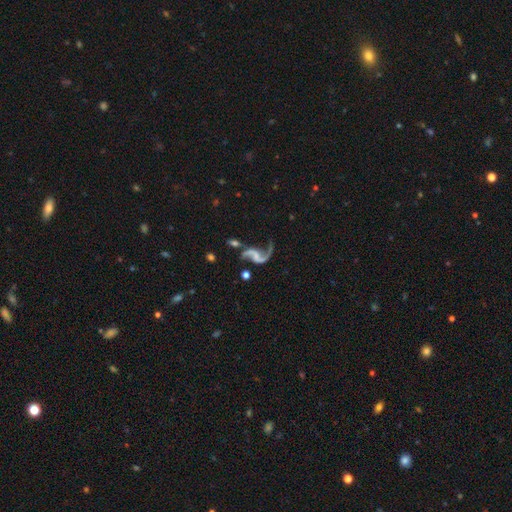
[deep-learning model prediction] Smooth or featured: featured or disk — 88% (star or artifact — 6%)
Edge-on disk: no — 98% (yes — 2%)
Bar: no — 46% (weak — 37%)
Spiral arms: yes — 95% (no — 5%)
Spiral winding: loose — 85% (medium — 12%)
Spiral arm count: 2 — 89% (1 — 6%)
Bulge size: none — 51% (small — 34%)
Merging: none — 51% (major disturbance — 19%)